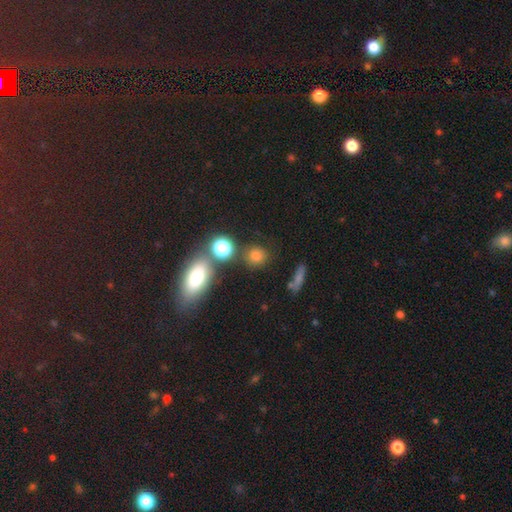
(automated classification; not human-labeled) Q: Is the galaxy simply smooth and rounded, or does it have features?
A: smooth — 73%.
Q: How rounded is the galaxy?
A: round — 78%.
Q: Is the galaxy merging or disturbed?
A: none — 76%.